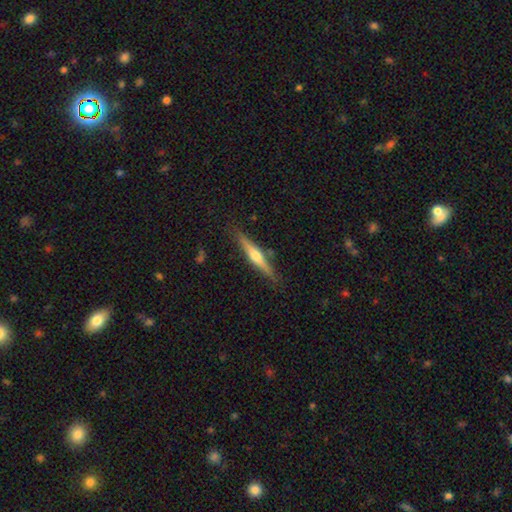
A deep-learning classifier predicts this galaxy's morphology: Smooth or featured? Predicted: featured or disk (p=0.62). Edge-on disk? Predicted: yes (p=0.97). Edge-on bulge? Predicted: rounded (p=0.86). Merging? Predicted: none (p=0.83).